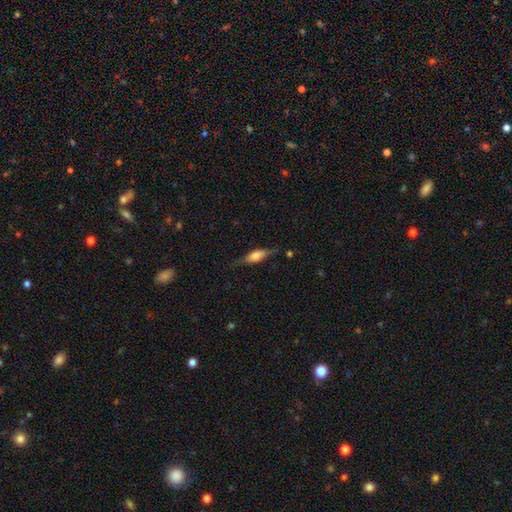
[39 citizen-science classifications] Volunteers were most divided on "how rounded": in between: 57%, cigar-shaped: 43%, round: 0%. More confident: merging — none (62%); smooth or featured — smooth (59%).